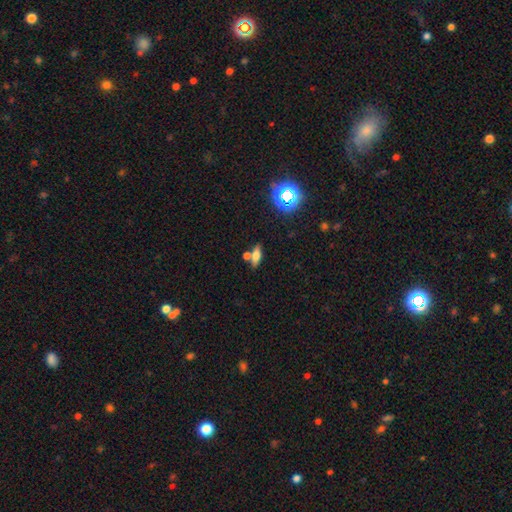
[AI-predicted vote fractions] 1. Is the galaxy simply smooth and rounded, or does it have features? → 58% smooth, 27% featured or disk, 15% star or artifact.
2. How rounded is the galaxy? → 57% in between, 37% cigar-shaped, 6% round.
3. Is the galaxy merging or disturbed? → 61% none, 24% merger, 11% minor disturbance, 4% major disturbance.